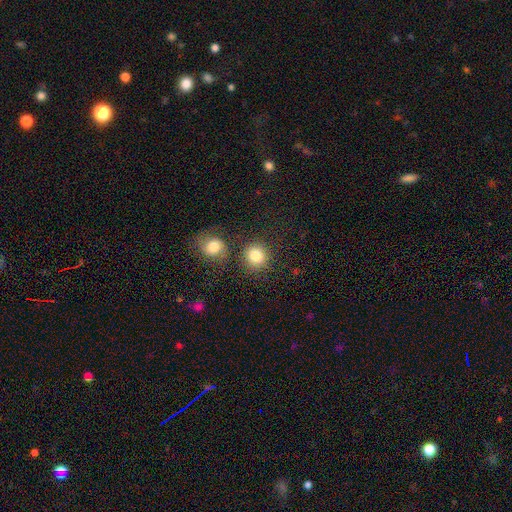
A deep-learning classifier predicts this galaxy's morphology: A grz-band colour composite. It shows a smooth galaxy with no disk features (84%) that is round (89%). Merging: none (77%).